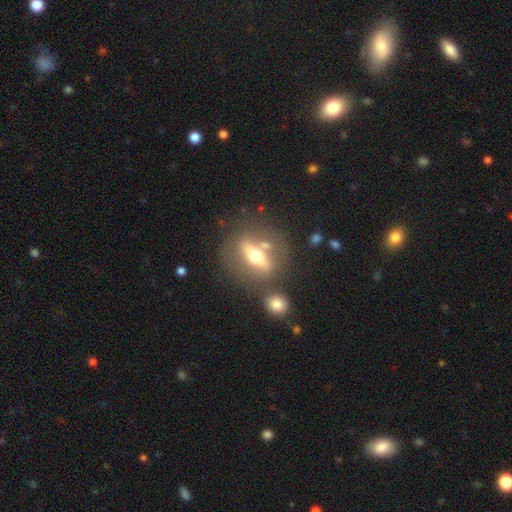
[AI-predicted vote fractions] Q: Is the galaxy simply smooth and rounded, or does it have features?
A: featured or disk — 60%.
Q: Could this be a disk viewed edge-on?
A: yes — 53%.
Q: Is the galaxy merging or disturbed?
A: none — 63%.